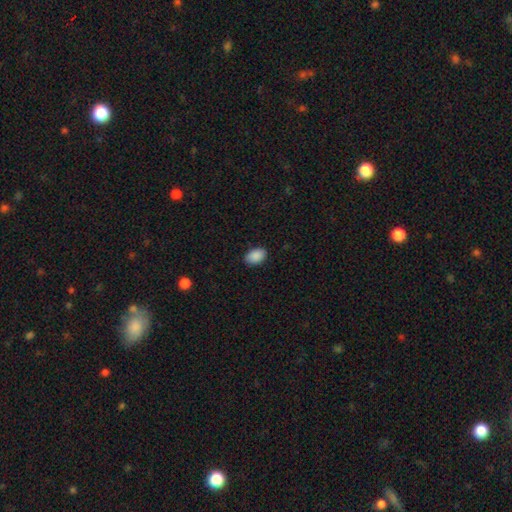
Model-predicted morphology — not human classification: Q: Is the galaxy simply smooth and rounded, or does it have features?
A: smooth — 90%.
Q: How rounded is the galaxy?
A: in between — 89%.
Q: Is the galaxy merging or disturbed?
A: none — 88%.